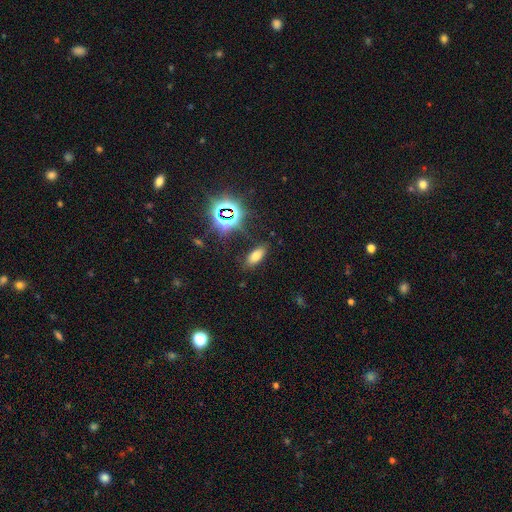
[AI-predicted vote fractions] Smooth or featured? smooth (64%)
How rounded? in between (83%)
Merging? none (84%)